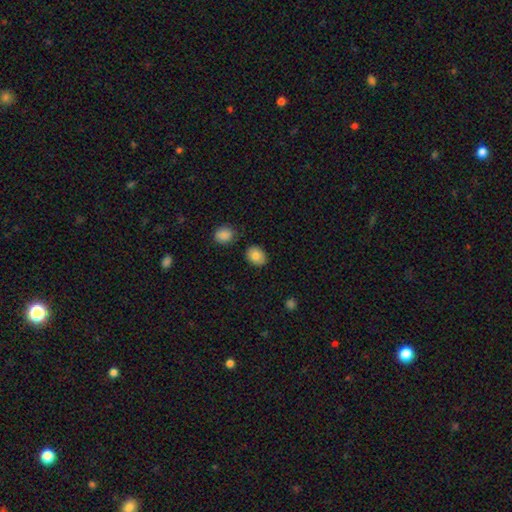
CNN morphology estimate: This appears to be a smooth galaxy with no disk features (83%) that is in between round and cigar-shaped (55%). Merging: none (83%).